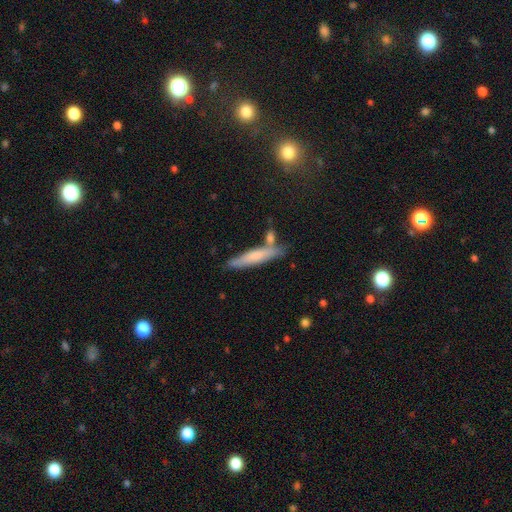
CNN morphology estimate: The model was most divided on "smooth or featured": smooth: 64%, featured or disk: 29%, star or artifact: 7%. More confident: how rounded — cigar-shaped (87%); merging — none (72%).